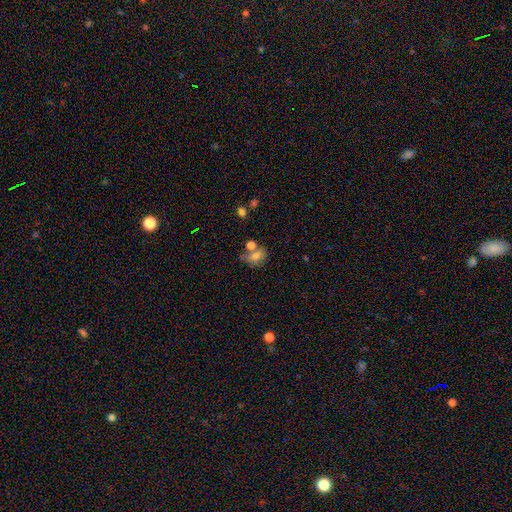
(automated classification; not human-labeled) Smooth or featured? Predicted: smooth (p=0.72). How rounded? Predicted: in between (p=0.75). Merging? Predicted: none (p=0.42).